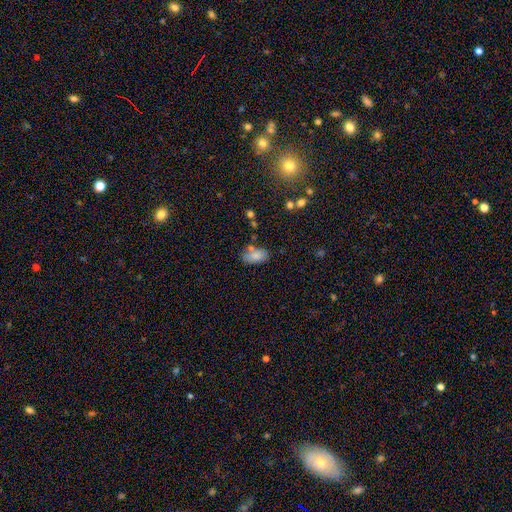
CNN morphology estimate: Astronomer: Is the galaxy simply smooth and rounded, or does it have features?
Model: smooth — 81%.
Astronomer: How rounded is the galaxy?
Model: in between — 92%.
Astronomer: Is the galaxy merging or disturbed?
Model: none — 67%.